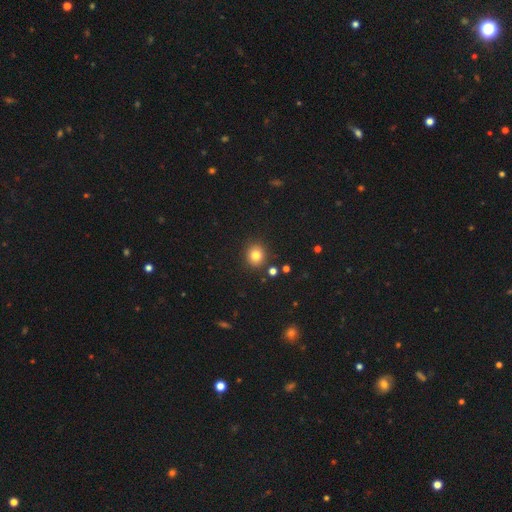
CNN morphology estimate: Smooth or featured: smooth — 81% (star or artifact — 12%)
How rounded: round — 84% (in between — 15%)
Merging: none — 88% (minor disturbance — 7%)